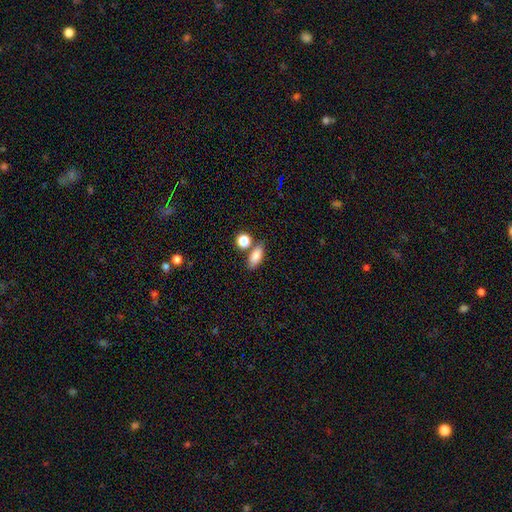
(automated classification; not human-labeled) Smooth or featured?
  - smooth: 84% *
  - star or artifact: 9%
  - featured or disk: 8%
How rounded?
  - in between: 78% *
  - round: 11%
  - cigar-shaped: 11%
Merging?
  - none: 63% *
  - merger: 20%
  - minor disturbance: 13%
  - major disturbance: 4%